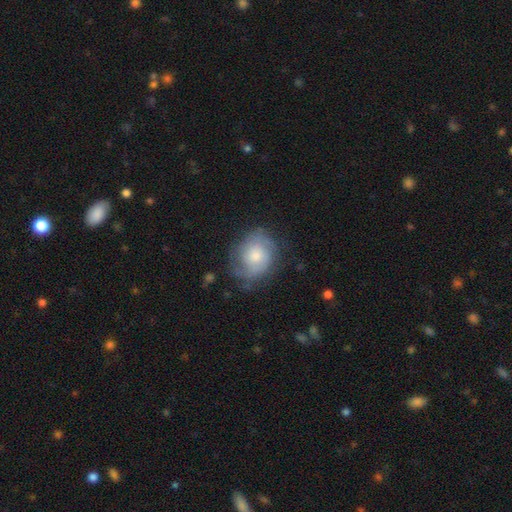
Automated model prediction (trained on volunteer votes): smooth-or-featured: featured or disk: 60% | smooth: 33% | star or artifact: 7%
  disk-edge-on: no: 97% | yes: 3%
    bar: no: 76% | weak: 21% | strong: 3%
    has-spiral-arms: yes: 87% | no: 13%
      spiral-winding: tight: 51% | medium: 36% | loose: 13%
      spiral-arm-count: 2: 53% | can't tell: 26% | 3: 10% | 1: 5% | 4: 3% | more than 4: 3%
    bulge-size: moderate: 53% | small: 30% | large: 11% | none: 4% | dominant: 2%
  merging: none: 67% | minor disturbance: 22% | major disturbance: 9% | merger: 1%